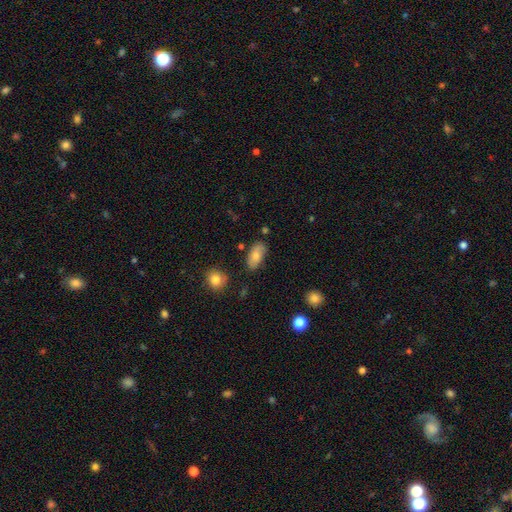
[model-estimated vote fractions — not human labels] Smooth or featured?
  - smooth: 76% *
  - featured or disk: 17%
  - star or artifact: 7%
How rounded?
  - in between: 92% *
  - cigar-shaped: 5%
  - round: 3%
Merging?
  - none: 74% *
  - minor disturbance: 19%
  - major disturbance: 4%
  - merger: 3%